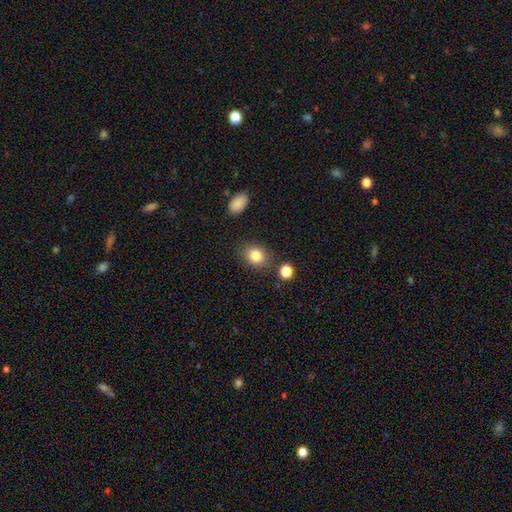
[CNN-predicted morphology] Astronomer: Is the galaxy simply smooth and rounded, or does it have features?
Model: smooth — 83%.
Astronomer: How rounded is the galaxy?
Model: round — 56% (runner-up: in between, 43%).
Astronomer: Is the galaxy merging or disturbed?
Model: none — 81%.